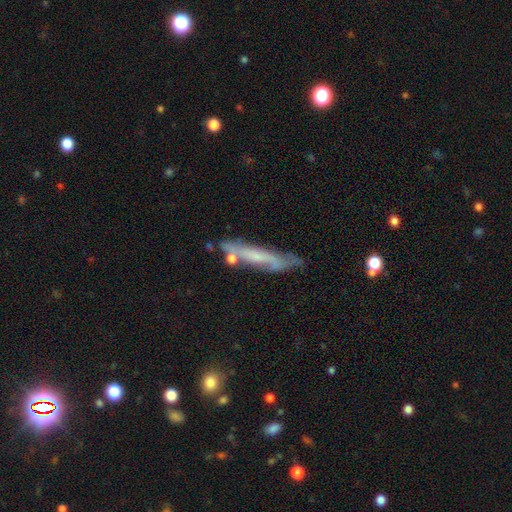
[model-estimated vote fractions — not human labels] Overall: featured or disk (55%; smooth 37%). Edge-on disk: yes (65%; no 35%). Merging: none (62%; minor disturbance 23%).